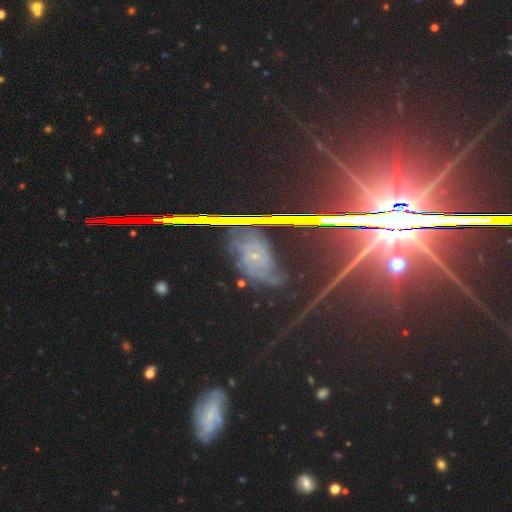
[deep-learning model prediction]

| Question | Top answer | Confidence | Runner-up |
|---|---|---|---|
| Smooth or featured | featured or disk | 45% | star or artifact (42%) |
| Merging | none | 71% | minor disturbance (17%) |